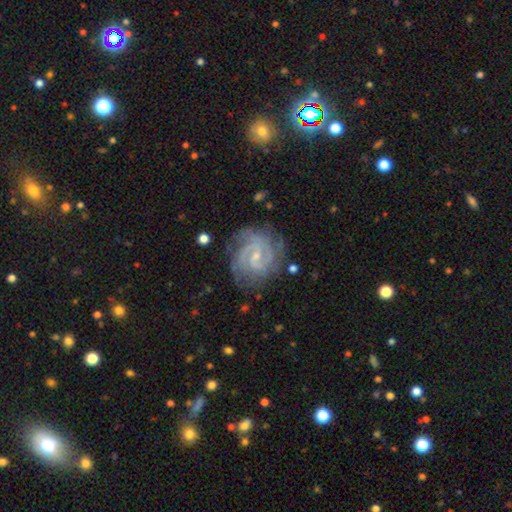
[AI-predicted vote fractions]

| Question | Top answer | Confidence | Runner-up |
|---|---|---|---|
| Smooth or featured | featured or disk | 89% | star or artifact (6%) |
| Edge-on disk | no | 98% | yes (2%) |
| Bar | weak | 56% | no (27%) |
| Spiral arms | yes | 98% | no (2%) |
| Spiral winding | tight | 60% | medium (34%) |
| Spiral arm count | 2 | 51% | 3 (19%) |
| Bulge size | small | 70% | moderate (23%) |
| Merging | none | 75% | minor disturbance (17%) |